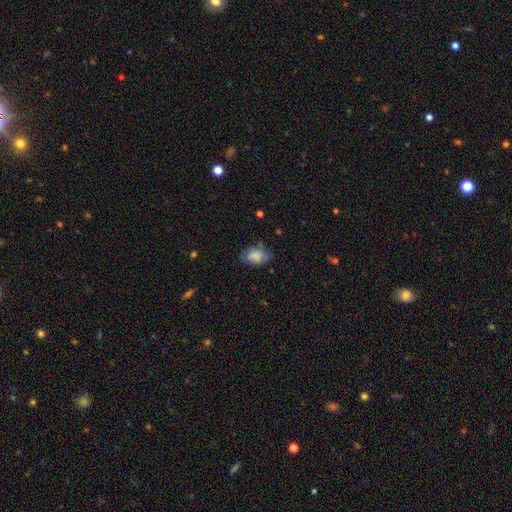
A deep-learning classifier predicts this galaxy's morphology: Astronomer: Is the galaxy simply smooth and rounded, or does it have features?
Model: smooth — 79%.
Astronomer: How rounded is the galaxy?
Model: in between — 87%.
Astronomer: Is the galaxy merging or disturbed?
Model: none — 64%.